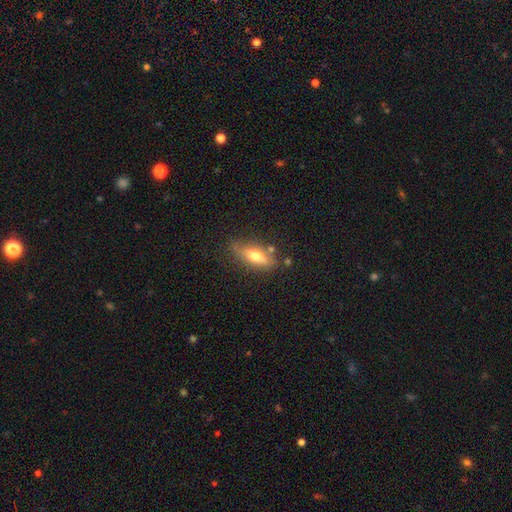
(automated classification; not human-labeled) This is possibly a smooth galaxy (60%). How rounded: possibly in between (59%). Merging: likely none (69%).